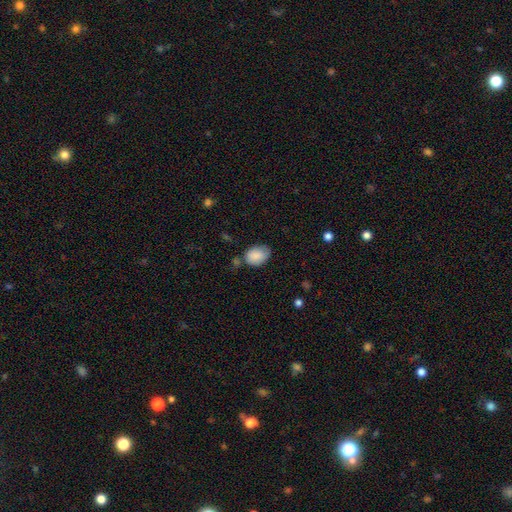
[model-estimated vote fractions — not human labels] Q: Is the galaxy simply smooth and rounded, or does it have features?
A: smooth — 86%.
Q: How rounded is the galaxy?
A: in between — 77%.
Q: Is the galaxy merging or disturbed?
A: none — 61%.